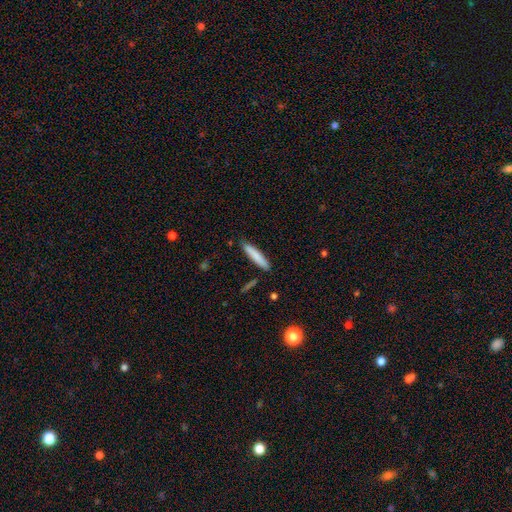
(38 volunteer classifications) This appears to be a smooth galaxy with no disk features (76%) that is cigar-shaped (97%). Merging: none (89%).